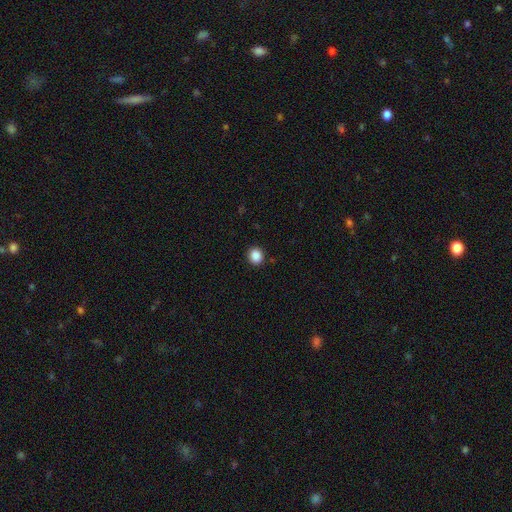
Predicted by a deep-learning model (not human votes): smooth-or-featured: smooth: 88% | star or artifact: 10% | featured or disk: 3%
  how-rounded: round: 83% | in between: 16% | cigar-shaped: 1%
  merging: none: 91% | minor disturbance: 6% | major disturbance: 2% | merger: 1%